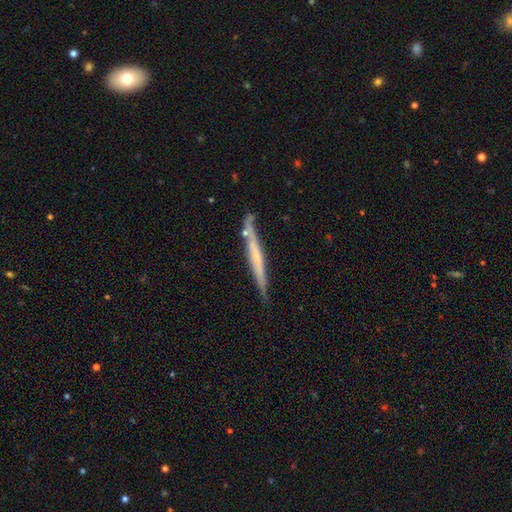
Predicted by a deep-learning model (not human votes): This is possibly a featured or disk galaxy (56%). It is clearly viewed edge-on (94%). Edge-on bulge: likely none (76%). Merging: likely none (78%).